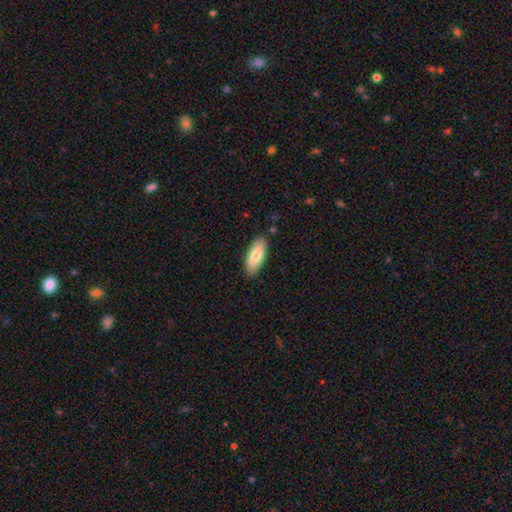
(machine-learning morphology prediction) The model was most divided on "smooth or featured": smooth: 79%, featured or disk: 16%, star or artifact: 6%. More confident: merging — none (88%); how rounded — in between (82%).